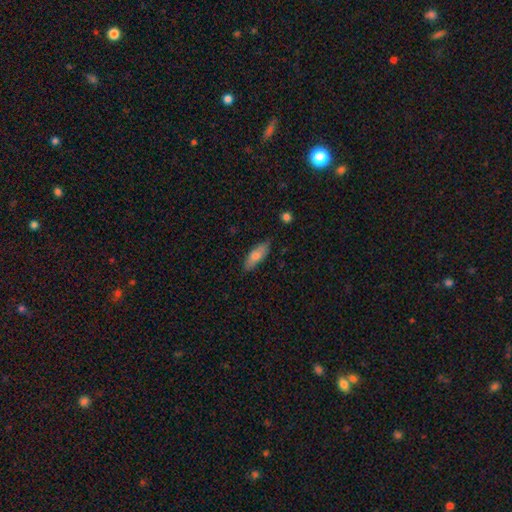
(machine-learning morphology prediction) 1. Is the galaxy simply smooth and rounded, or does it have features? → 70% smooth, 23% featured or disk, 6% star or artifact.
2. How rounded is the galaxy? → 60% in between, 38% cigar-shaped, 2% round.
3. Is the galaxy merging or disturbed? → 84% none, 13% minor disturbance, 2% major disturbance, 1% merger.